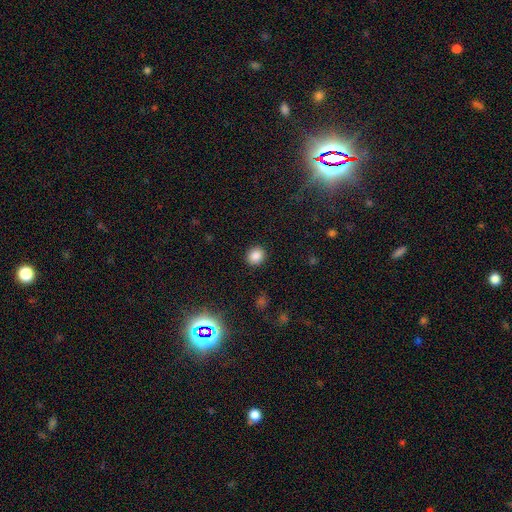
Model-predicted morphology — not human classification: This appears to be a smooth galaxy with no disk features (85%) that is round (82%). Merging: none (91%).